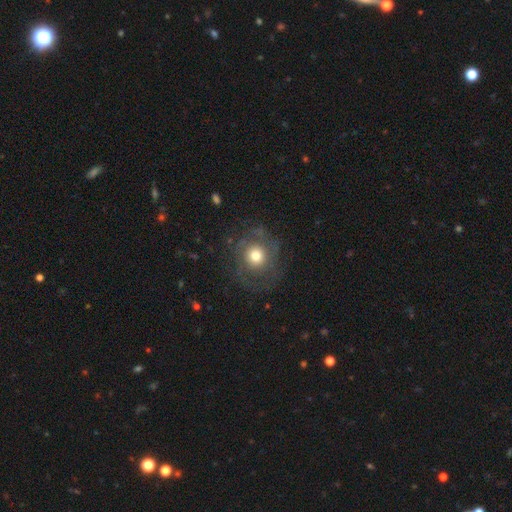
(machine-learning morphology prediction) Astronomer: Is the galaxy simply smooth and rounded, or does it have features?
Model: smooth — 54% (runner-up: featured or disk, 35%).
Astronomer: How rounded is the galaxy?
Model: round — 87%.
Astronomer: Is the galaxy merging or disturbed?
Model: none — 68%.